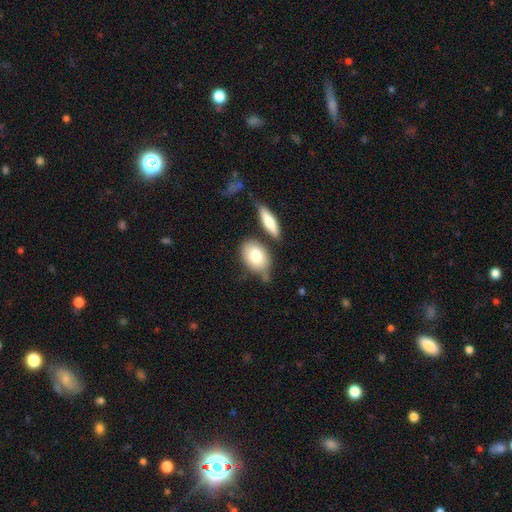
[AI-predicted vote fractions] A smooth galaxy with no disk features (77%) that is in between round and cigar-shaped (79%). Merging: none (54%).